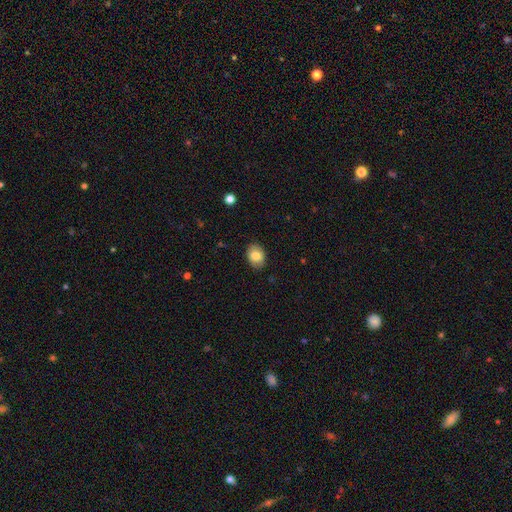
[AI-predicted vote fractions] Smooth or featured? Predicted: smooth (p=0.81). How rounded? Predicted: in between (p=0.73). Merging? Predicted: none (p=0.87).